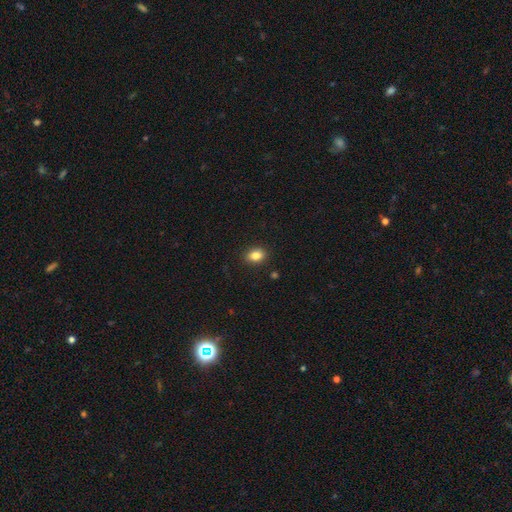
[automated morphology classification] Smooth or featured?
  - smooth: 84% *
  - star or artifact: 10%
  - featured or disk: 7%
How rounded?
  - in between: 70% *
  - round: 29%
  - cigar-shaped: 1%
Merging?
  - none: 89% *
  - minor disturbance: 8%
  - major disturbance: 2%
  - merger: 1%